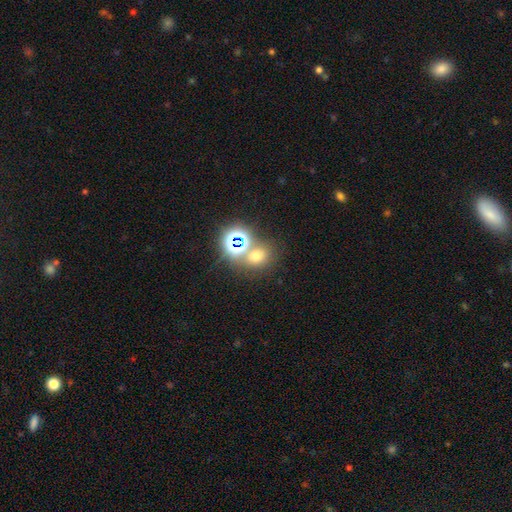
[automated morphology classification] type=smooth (53%); roundness=round (58%); merging=none (61%).